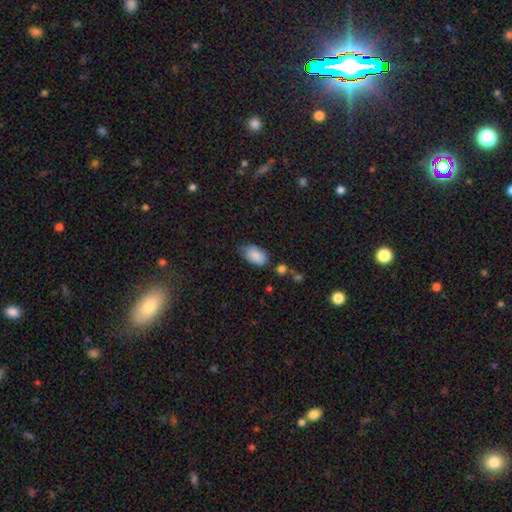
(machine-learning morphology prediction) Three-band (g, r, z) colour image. It shows a smooth galaxy with no disk features (87%) that is in between round and cigar-shaped (93%). Merging: none (60%).